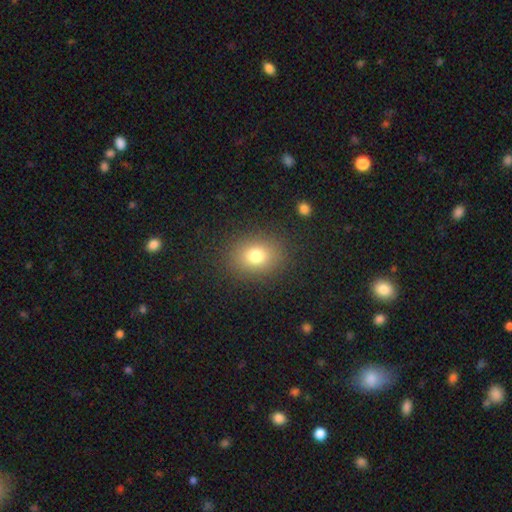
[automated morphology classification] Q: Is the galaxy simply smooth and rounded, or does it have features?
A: smooth — 77%.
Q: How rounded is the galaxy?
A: round — 52%.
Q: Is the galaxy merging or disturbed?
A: none — 87%.